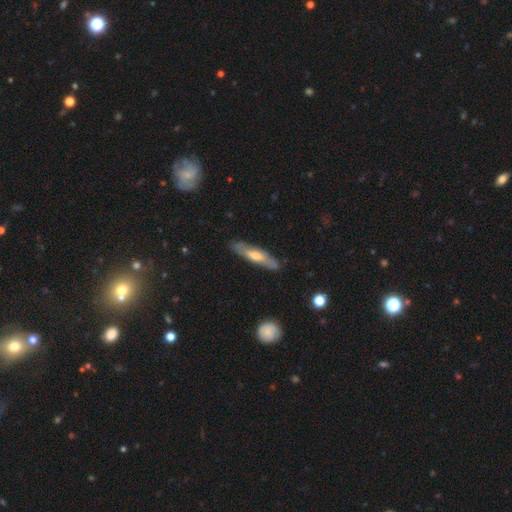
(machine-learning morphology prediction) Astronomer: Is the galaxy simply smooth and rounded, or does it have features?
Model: featured or disk — 53% (runner-up: smooth, 42%).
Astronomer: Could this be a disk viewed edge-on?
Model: yes — 61% (runner-up: no, 39%).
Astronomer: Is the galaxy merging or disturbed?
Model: none — 83%.